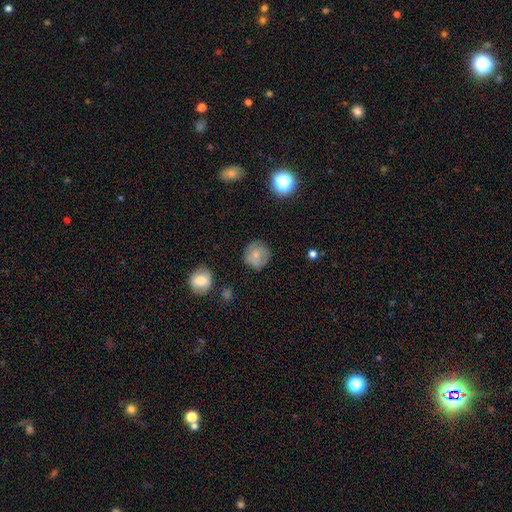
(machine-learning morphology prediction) Smooth or featured?
  - smooth: 75% *
  - featured or disk: 15%
  - star or artifact: 10%
How rounded?
  - round: 91% *
  - in between: 8%
  - cigar-shaped: 1%
Merging?
  - none: 77% *
  - minor disturbance: 16%
  - major disturbance: 4%
  - merger: 2%